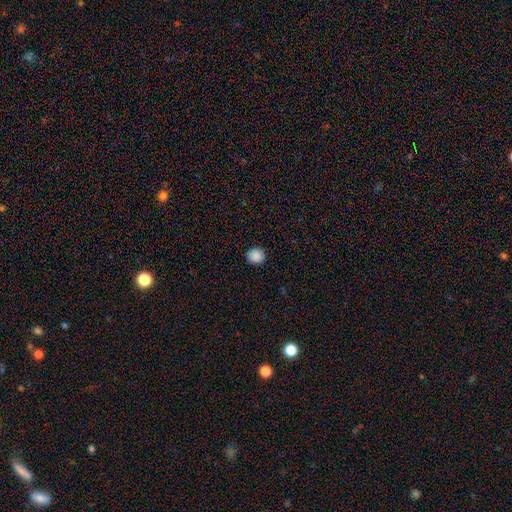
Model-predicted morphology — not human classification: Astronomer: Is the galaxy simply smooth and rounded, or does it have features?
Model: smooth — 88%.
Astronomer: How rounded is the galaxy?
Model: round — 88%.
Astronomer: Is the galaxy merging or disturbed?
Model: none — 92%.